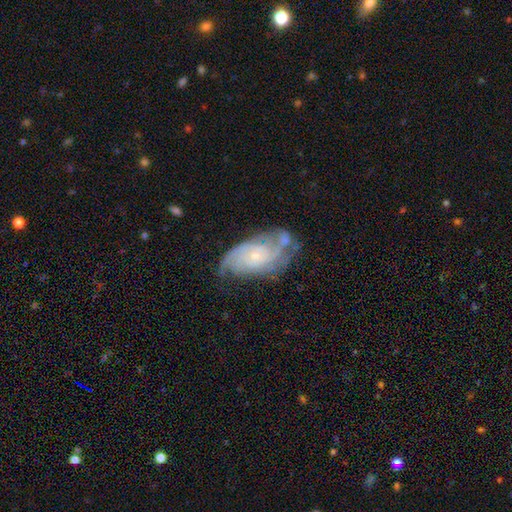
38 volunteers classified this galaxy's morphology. A featured or disk galaxy (84%) with no bar (94%), 3 (33%) tight (73%) spiral arms (97%) and a small central bulge (74%). Merging: none (51%).